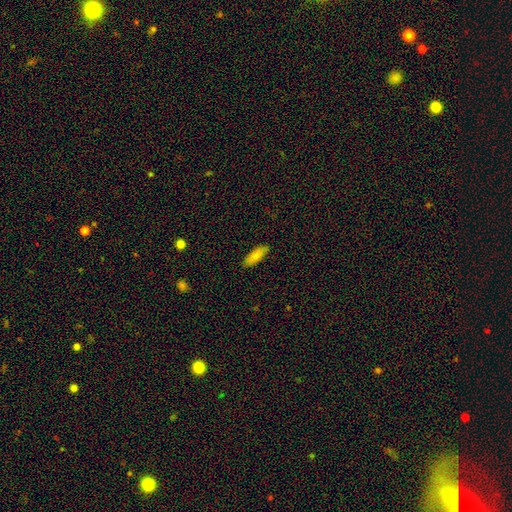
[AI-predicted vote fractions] Morphology: type=smooth (84%); roundness=in between (63%); merging=none (88%).